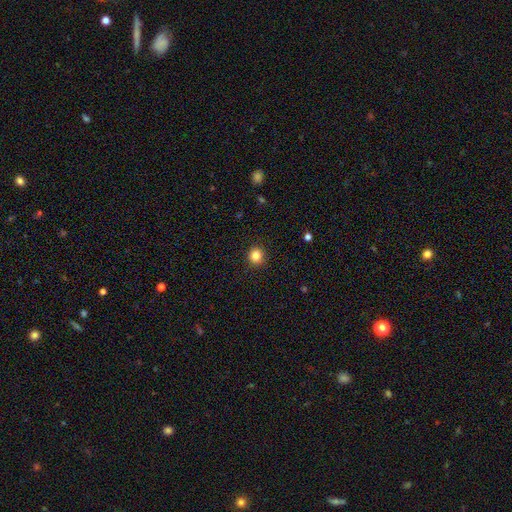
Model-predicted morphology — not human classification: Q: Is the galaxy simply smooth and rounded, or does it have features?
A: smooth — 84%.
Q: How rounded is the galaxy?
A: round — 91%.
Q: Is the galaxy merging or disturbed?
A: none — 91%.